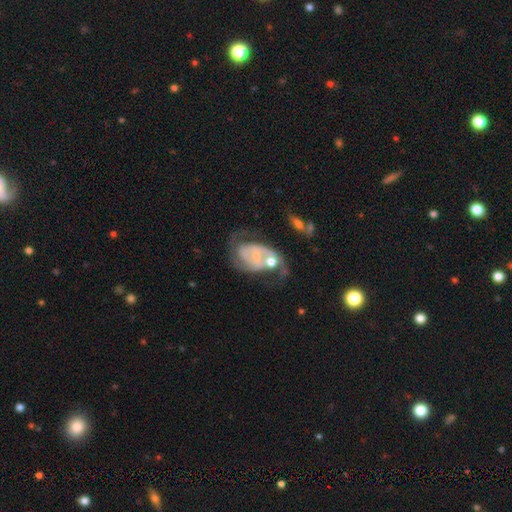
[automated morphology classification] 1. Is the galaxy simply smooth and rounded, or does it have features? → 80% featured or disk, 14% smooth, 7% star or artifact.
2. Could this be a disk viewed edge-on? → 97% no, 3% yes.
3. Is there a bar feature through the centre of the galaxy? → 56% no, 35% weak, 9% strong.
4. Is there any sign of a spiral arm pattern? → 89% yes, 11% no.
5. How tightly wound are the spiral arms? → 45% medium, 29% tight, 26% loose.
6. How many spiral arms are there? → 66% 2, 15% can't tell, 8% 1, 6% 3, 2% 4, 2% more than 4.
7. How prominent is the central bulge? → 61% small, 22% moderate, 13% none, 2% large, 1% dominant.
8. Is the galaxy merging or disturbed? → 34% none, 25% major disturbance, 22% merger, 19% minor disturbance.